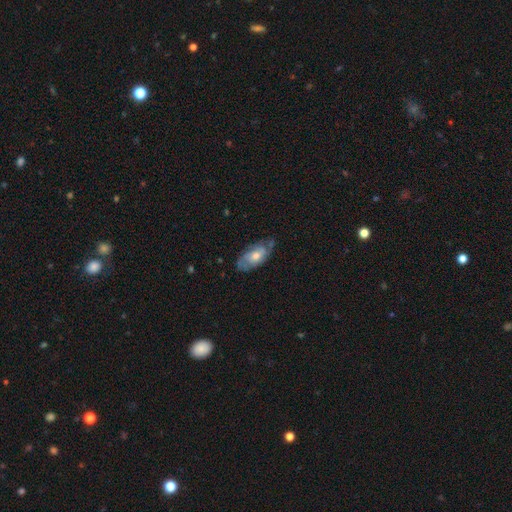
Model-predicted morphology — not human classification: featured or disk 62%, smooth 32%, star or artifact 7%. Down the decision tree: edge-on disk — no (88%); bar — no (74%); spiral arms — yes (76%); bulge size — moderate (66%); merging — none (68%).